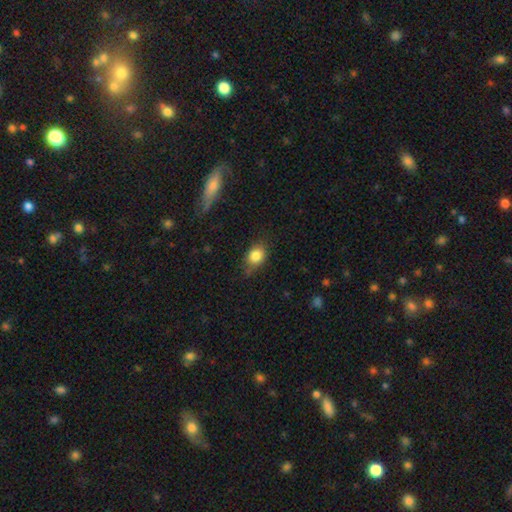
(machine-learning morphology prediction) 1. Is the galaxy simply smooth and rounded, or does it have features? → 83% smooth, 9% star or artifact, 8% featured or disk.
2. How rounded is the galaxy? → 59% in between, 40% round, 2% cigar-shaped.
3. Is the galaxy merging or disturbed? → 69% none, 23% minor disturbance, 5% major disturbance, 2% merger.